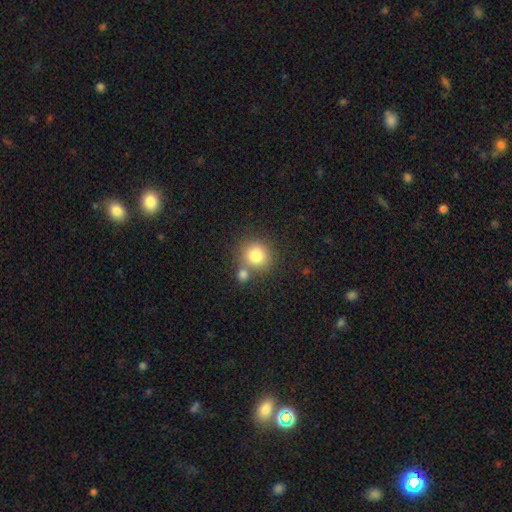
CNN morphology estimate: Smooth or featured? Predicted: smooth (p=0.81). How rounded? Predicted: round (p=0.88). Merging? Predicted: none (p=0.61).